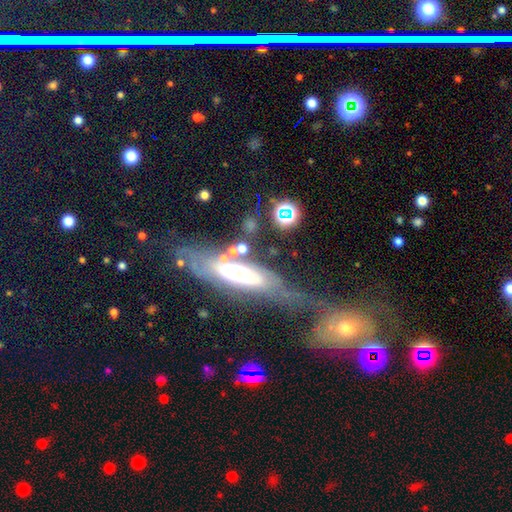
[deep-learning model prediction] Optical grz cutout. It shows a featured or disk galaxy (48%). Merging: none (59%).